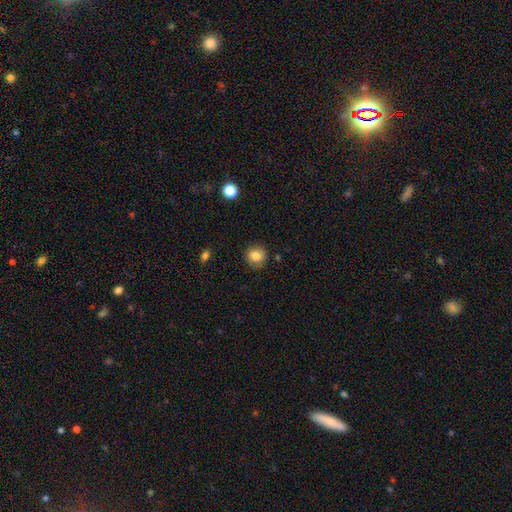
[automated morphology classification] The model was most divided on "smooth or featured": smooth: 84%, star or artifact: 10%, featured or disk: 6%. More confident: how rounded — round (88%); merging — none (86%).